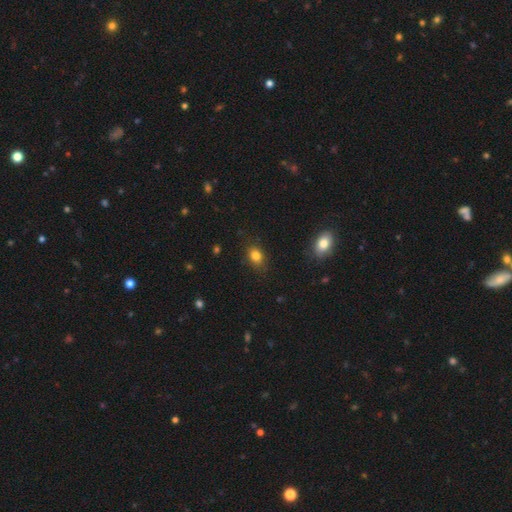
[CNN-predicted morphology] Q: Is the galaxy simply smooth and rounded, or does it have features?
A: smooth — 82%.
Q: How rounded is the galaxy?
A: in between — 64%.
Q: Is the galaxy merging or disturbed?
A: none — 84%.